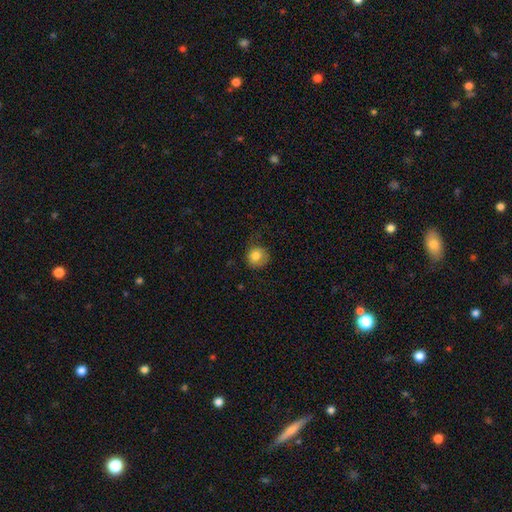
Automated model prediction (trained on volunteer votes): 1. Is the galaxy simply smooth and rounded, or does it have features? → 83% smooth, 9% star or artifact, 8% featured or disk.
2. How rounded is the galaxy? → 85% round, 14% in between, 1% cigar-shaped.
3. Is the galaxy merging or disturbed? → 62% none, 26% minor disturbance, 11% major disturbance, 1% merger.